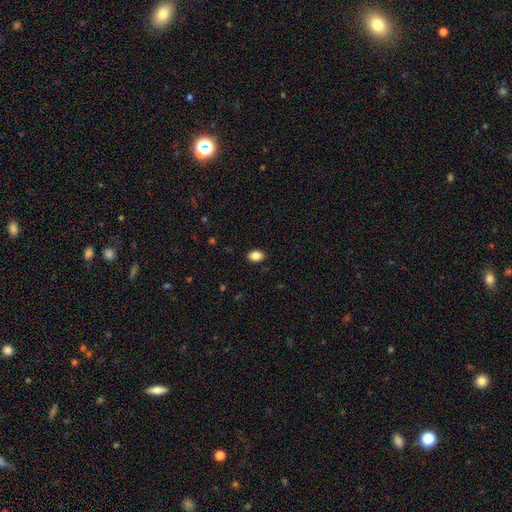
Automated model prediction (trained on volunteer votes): This is clearly a smooth galaxy (87%). How rounded: clearly in between (84%). Merging: clearly none (89%).